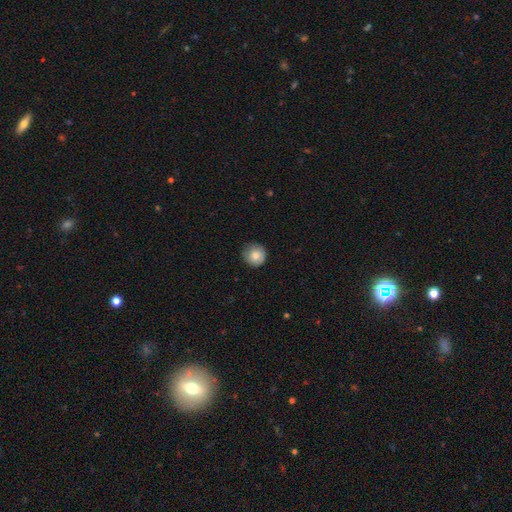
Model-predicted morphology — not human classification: This is clearly a smooth galaxy (81%). How rounded: clearly round (94%). Merging: clearly none (82%).